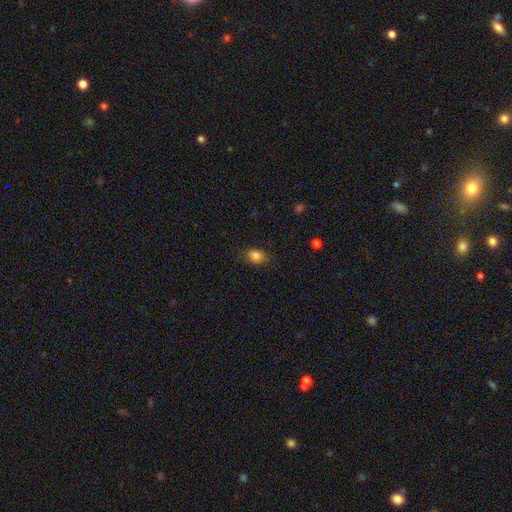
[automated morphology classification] type=smooth (85%); roundness=in between (77%); merging=none (83%).